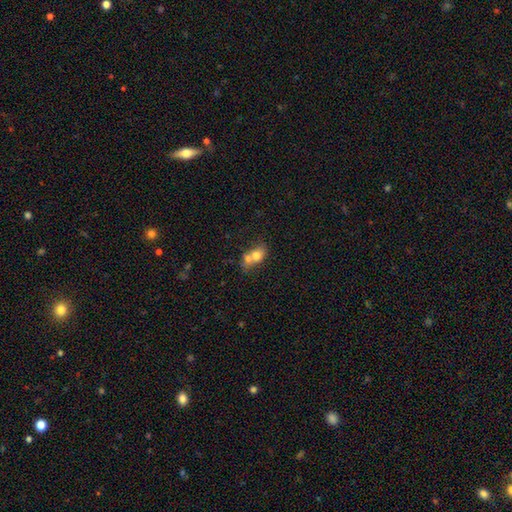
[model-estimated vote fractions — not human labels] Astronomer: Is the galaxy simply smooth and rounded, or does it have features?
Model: smooth — 71%.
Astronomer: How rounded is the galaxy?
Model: in between — 58% (runner-up: round, 40%).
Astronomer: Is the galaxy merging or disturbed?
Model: merger — 63%.